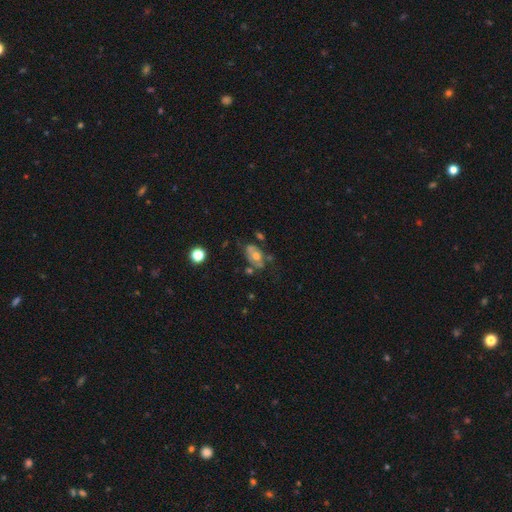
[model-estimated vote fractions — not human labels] Morphology: type=featured or disk (50%); edge-on=no (92%); merging=none (46%).